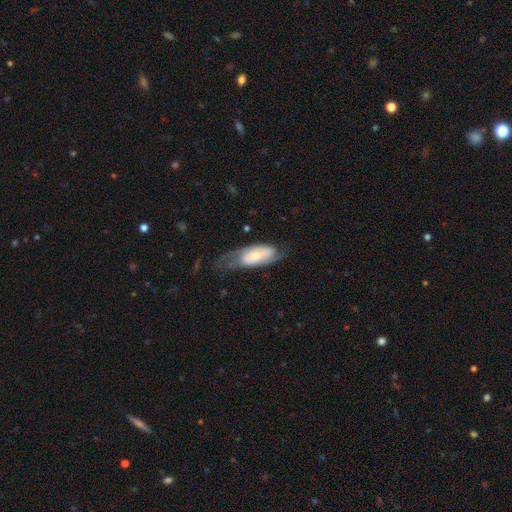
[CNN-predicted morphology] A featured or disk galaxy (64%) with no bar (54%), spiral arms (84%) and a moderate central bulge (54%). Merging: none (54%).